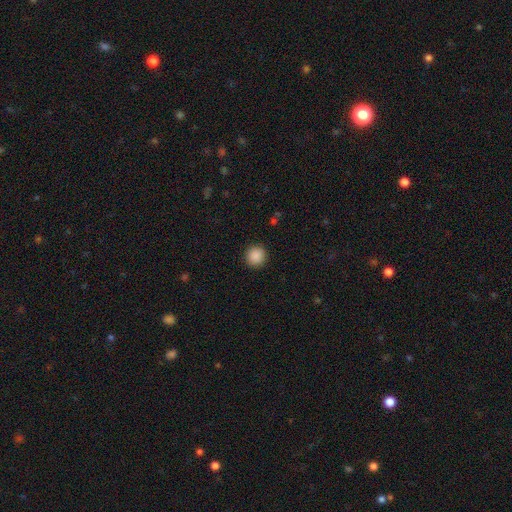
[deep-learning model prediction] smooth_or_featured: smooth (p=0.88) [alt: star or artifact p=0.09]
how_rounded: round (p=0.93) [alt: in between p=0.06]
merging: none (p=0.92) [alt: minor disturbance p=0.05]